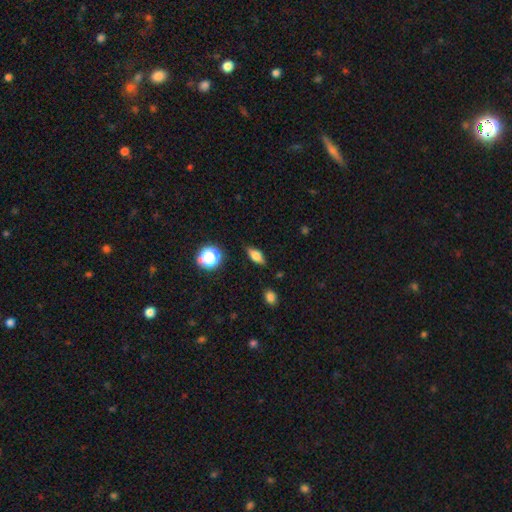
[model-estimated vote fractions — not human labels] smooth-or-featured: smooth: 69% | featured or disk: 19% | star or artifact: 12%
  how-rounded: in between: 74% | cigar-shaped: 15% | round: 11%
  merging: none: 84% | minor disturbance: 12% | major disturbance: 3% | merger: 1%